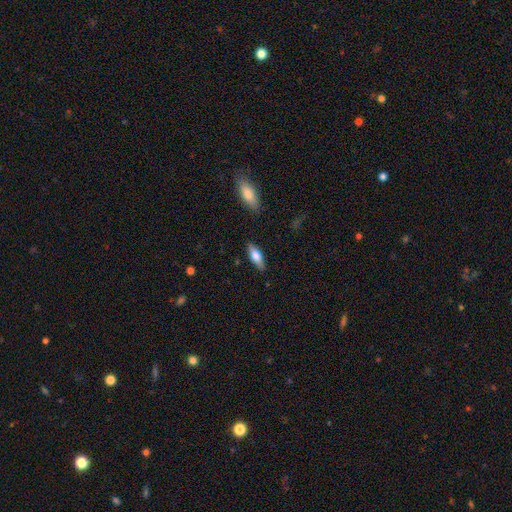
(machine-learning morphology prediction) smooth 68%, featured or disk 25%, star or artifact 6%. Down the decision tree: how rounded — in between (65%); merging — none (85%).